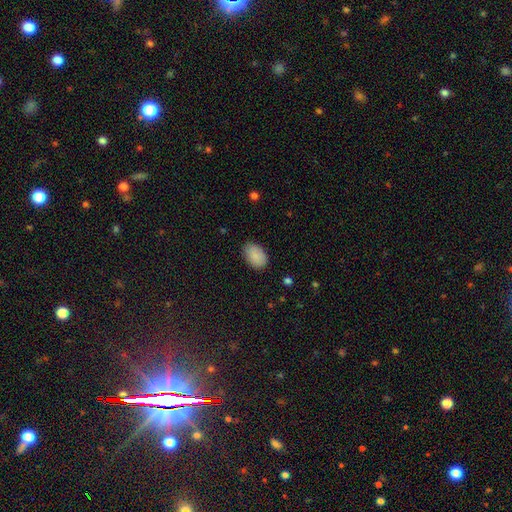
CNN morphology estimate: A smooth galaxy with no disk features (89%) that is in between round and cigar-shaped (90%).

Vote fractions:
- Smooth or featured? smooth: 89% / star or artifact: 7% / featured or disk: 5%
- How rounded? in between: 90% / round: 9% / cigar-shaped: 1%
- Merging? none: 83% / minor disturbance: 14% / major disturbance: 3% / merger: 1%